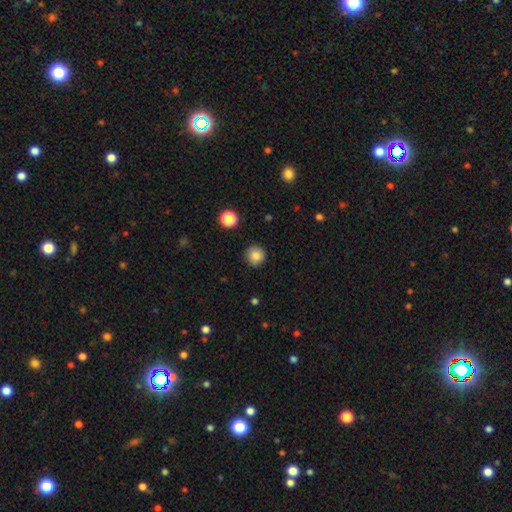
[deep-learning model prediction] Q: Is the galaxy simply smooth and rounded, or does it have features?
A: smooth — 85%.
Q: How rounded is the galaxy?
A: round — 93%.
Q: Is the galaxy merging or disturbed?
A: none — 90%.